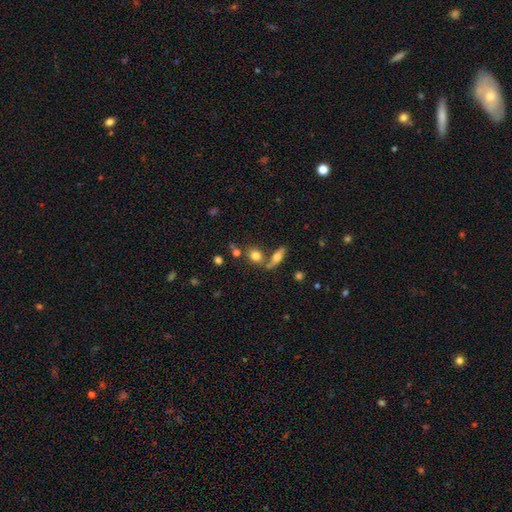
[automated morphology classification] Q: Smooth or featured?
A: smooth (76%); runner-up: featured or disk (14%)
Q: How rounded?
A: round (53%); runner-up: in between (42%)
Q: Merging?
A: none (54%); runner-up: merger (31%)